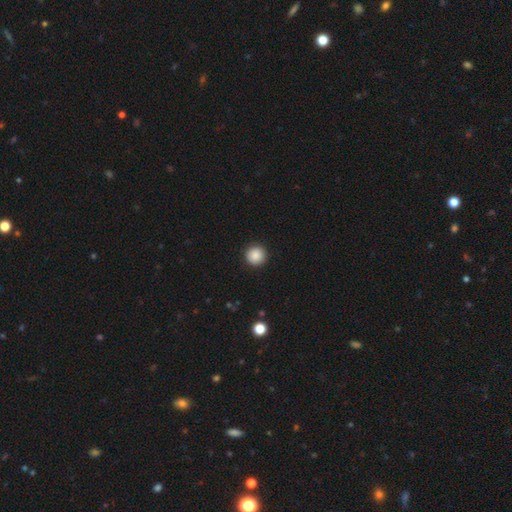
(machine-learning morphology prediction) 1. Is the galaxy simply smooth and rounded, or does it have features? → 88% smooth, 9% star or artifact, 3% featured or disk.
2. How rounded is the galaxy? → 96% round, 3% in between, 1% cigar-shaped.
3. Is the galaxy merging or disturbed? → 93% none, 5% minor disturbance, 2% major disturbance, 1% merger.